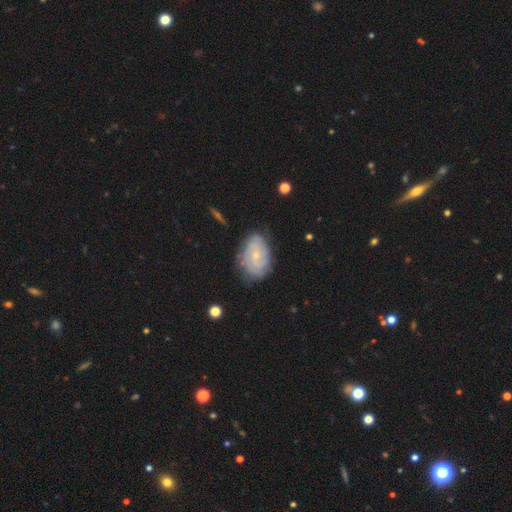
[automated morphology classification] The model was most divided on "spiral arm count": can't tell: 41%, 2: 27%, 3: 15%, 4: 8%, more than 4: 4%, 1: 4%. More confident: edge-on disk — no (96%); spiral arms — yes (91%); bulge size — small (73%); merging — none (73%); smooth or featured — featured or disk (73%); bar — no (70%); spiral winding — tight (68%).